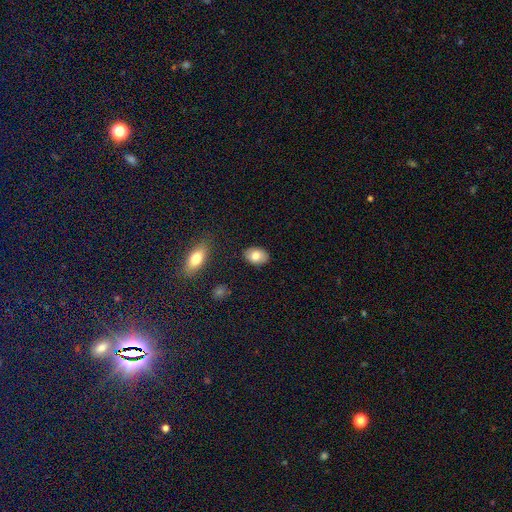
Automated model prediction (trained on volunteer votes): This appears to be a smooth galaxy with no disk features (79%) that is in between round and cigar-shaped (84%). Merging: none (86%).